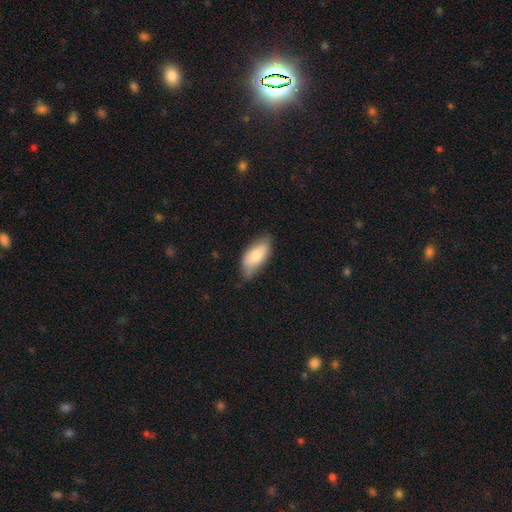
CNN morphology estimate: Overall: smooth (75%). How rounded: in between (90%). Merging: none (60%; minor disturbance 32%).